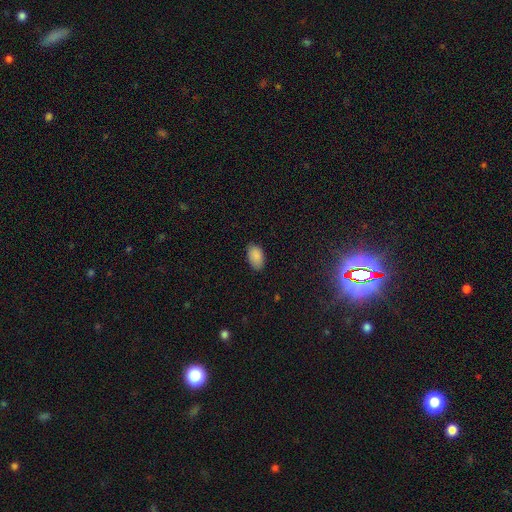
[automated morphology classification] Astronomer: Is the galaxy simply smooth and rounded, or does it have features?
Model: smooth — 89%.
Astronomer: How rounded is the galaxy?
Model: in between — 94%.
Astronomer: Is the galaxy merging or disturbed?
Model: none — 84%.